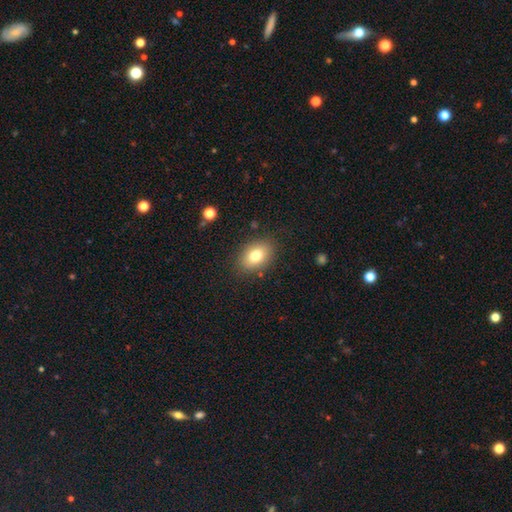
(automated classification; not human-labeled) Morphology: type=smooth (77%); roundness=in between (80%); merging=none (85%).